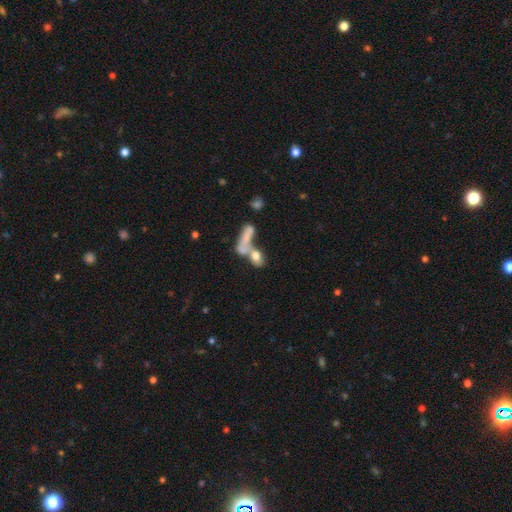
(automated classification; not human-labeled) Smooth or featured?
  - smooth: 46% *
  - featured or disk: 32%
  - star or artifact: 22%
Merging?
  - merger: 46% *
  - none: 35%
  - minor disturbance: 10%
  - major disturbance: 9%